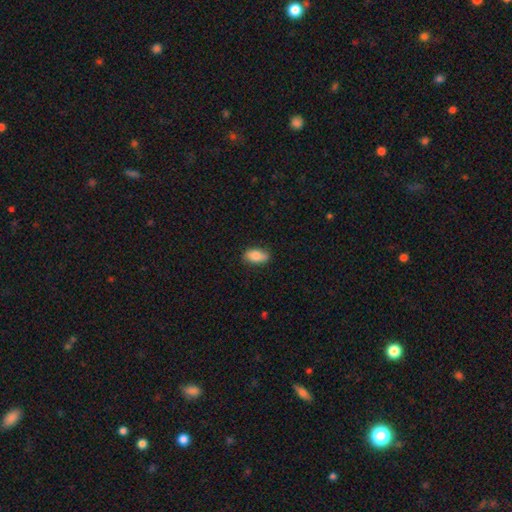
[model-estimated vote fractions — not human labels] smooth_or_featured: smooth (p=0.81) [alt: featured or disk p=0.12]
how_rounded: in between (p=0.90) [alt: cigar-shaped p=0.06]
merging: none (p=0.82) [alt: minor disturbance p=0.14]